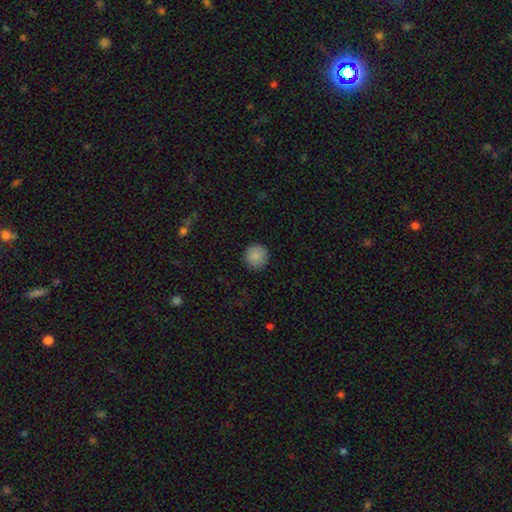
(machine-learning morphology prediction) Overall: smooth (88%). How rounded: round (96%). Merging: none (91%).